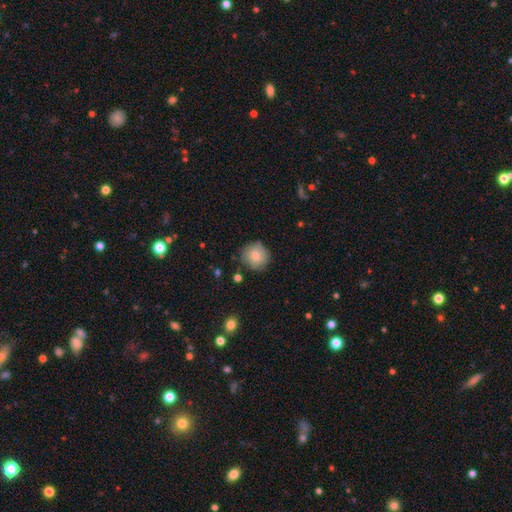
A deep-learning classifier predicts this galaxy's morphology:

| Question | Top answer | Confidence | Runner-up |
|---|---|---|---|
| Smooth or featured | smooth | 79% | featured or disk (13%) |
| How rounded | round | 91% | in between (8%) |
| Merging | none | 79% | minor disturbance (16%) |